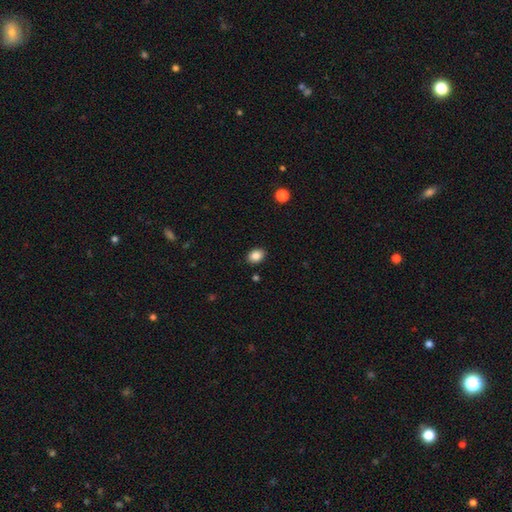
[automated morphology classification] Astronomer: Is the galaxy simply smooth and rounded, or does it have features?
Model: smooth — 86%.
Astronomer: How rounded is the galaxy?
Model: in between — 61% (runner-up: round, 38%).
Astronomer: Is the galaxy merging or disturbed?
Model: none — 89%.